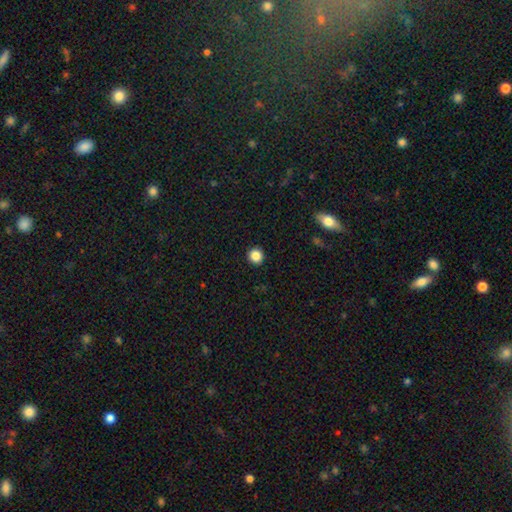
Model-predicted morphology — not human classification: Smooth or featured?
  - smooth: 86% *
  - star or artifact: 11%
  - featured or disk: 4%
How rounded?
  - round: 94% *
  - in between: 5%
  - cigar-shaped: 1%
Merging?
  - none: 93% *
  - minor disturbance: 4%
  - major disturbance: 2%
  - merger: 1%